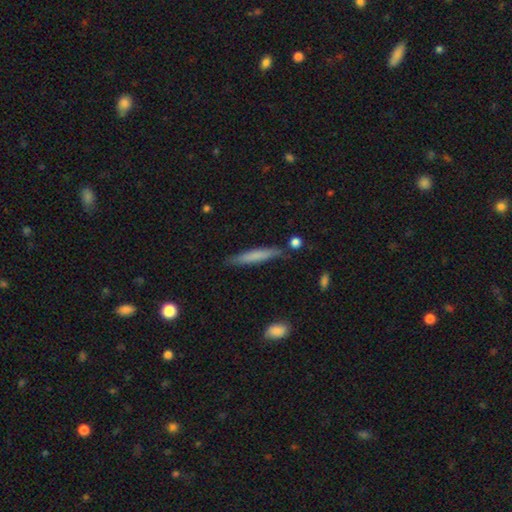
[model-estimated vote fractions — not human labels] Morphology: type=smooth (67%); roundness=cigar-shaped (93%); merging=none (82%).